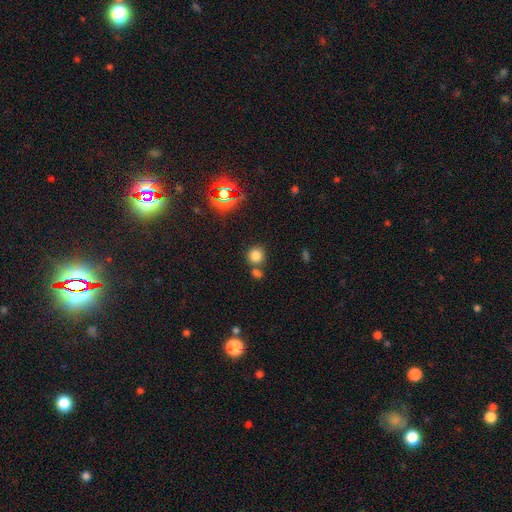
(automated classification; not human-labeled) Smooth or featured?
  - smooth: 78% *
  - star or artifact: 16%
  - featured or disk: 6%
How rounded?
  - round: 89% *
  - in between: 10%
  - cigar-shaped: 1%
Merging?
  - none: 66% *
  - merger: 22%
  - minor disturbance: 9%
  - major disturbance: 3%